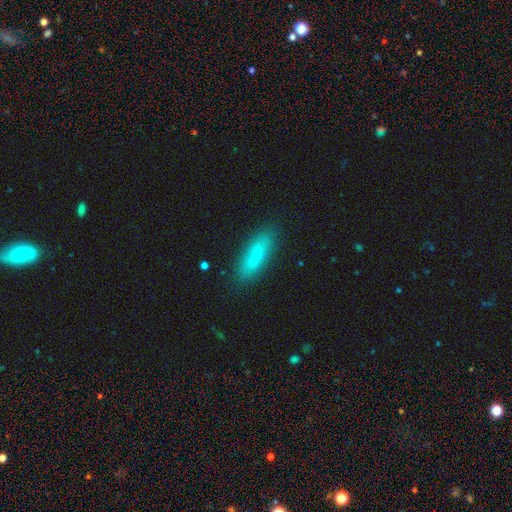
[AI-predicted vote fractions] A smooth galaxy with no disk features (68%) that is cigar-shaped (55%).

Vote fractions:
- Smooth or featured? smooth: 68% / featured or disk: 24% / star or artifact: 8%
- How rounded? cigar-shaped: 55% / in between: 43% / round: 3%
- Merging? none: 83% / minor disturbance: 12% / major disturbance: 3% / merger: 2%